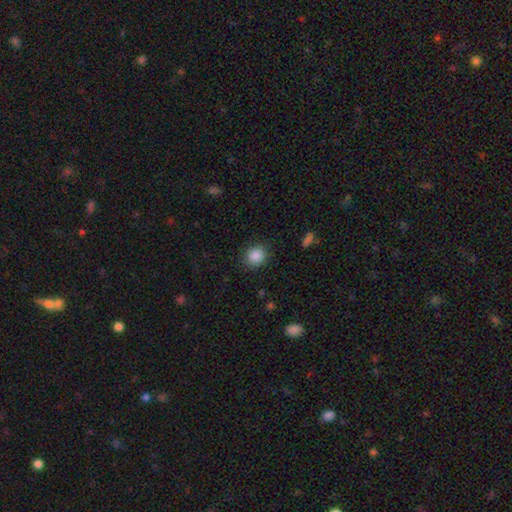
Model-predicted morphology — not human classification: This is clearly a smooth galaxy (87%). How rounded: clearly round (84%). Merging: clearly none (88%).